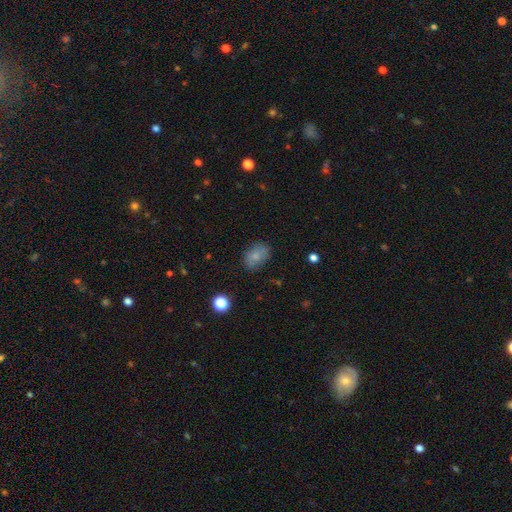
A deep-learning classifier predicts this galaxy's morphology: This is likely a smooth galaxy (78%). How rounded: likely in between (78%). Merging: likely none (78%).